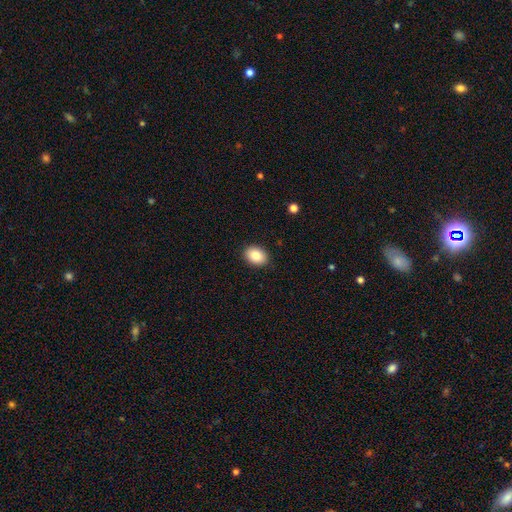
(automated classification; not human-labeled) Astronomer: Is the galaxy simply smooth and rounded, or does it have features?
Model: smooth — 84%.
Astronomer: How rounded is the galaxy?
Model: in between — 70%.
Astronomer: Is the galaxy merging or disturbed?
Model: none — 90%.